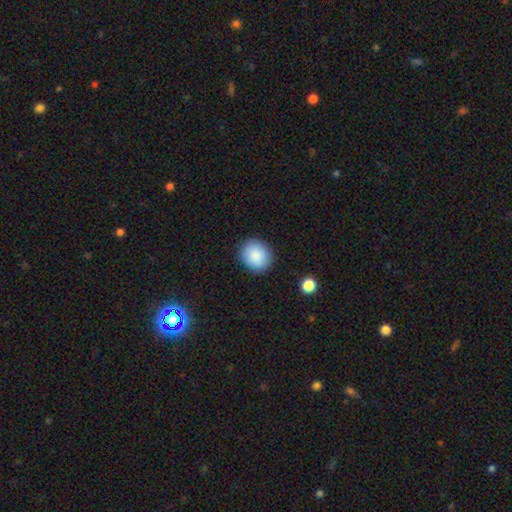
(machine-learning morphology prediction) Smooth or featured?
  - smooth: 88% *
  - star or artifact: 7%
  - featured or disk: 5%
How rounded?
  - round: 68% *
  - in between: 31%
  - cigar-shaped: 1%
Merging?
  - none: 87% *
  - minor disturbance: 9%
  - major disturbance: 2%
  - merger: 1%